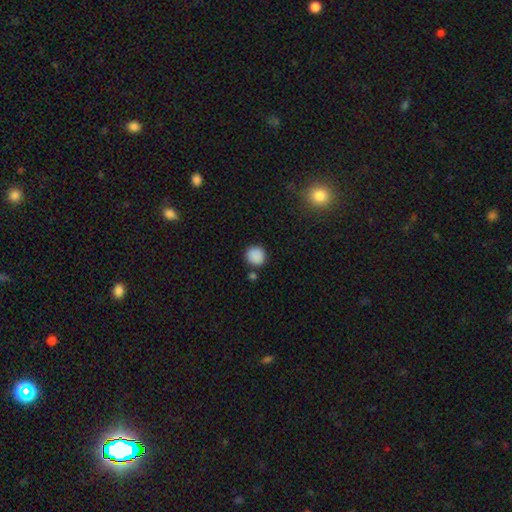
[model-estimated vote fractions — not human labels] smooth 88%, star or artifact 9%, featured or disk 3%. Down the decision tree: how rounded — round (88%); merging — none (81%).